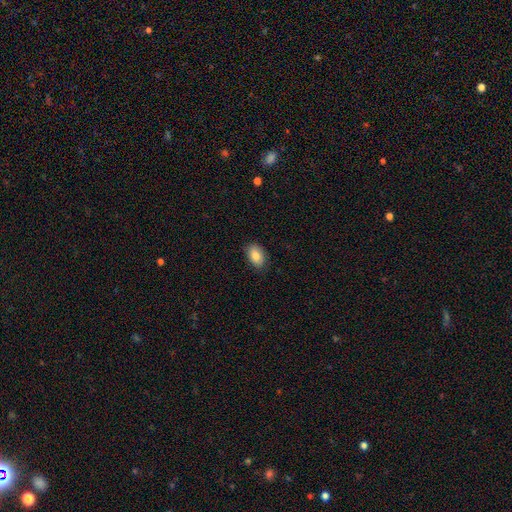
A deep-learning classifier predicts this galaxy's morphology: This is clearly a smooth galaxy (86%). How rounded: clearly in between (89%). Merging: clearly none (84%).